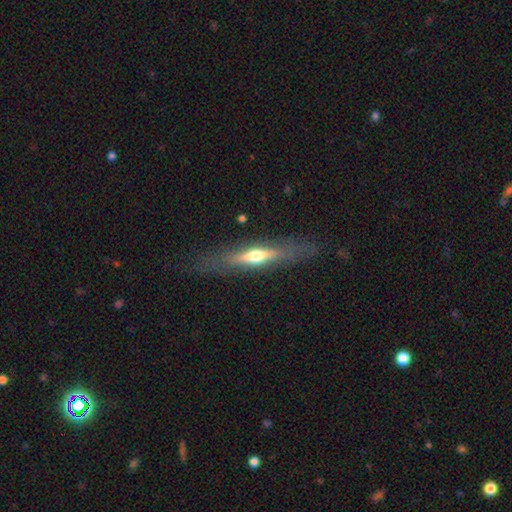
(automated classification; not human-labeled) This is possibly a featured or disk galaxy (59%). It is clearly viewed edge-on (90%). Edge-on bulge: clearly rounded (89%). Merging: likely none (77%).